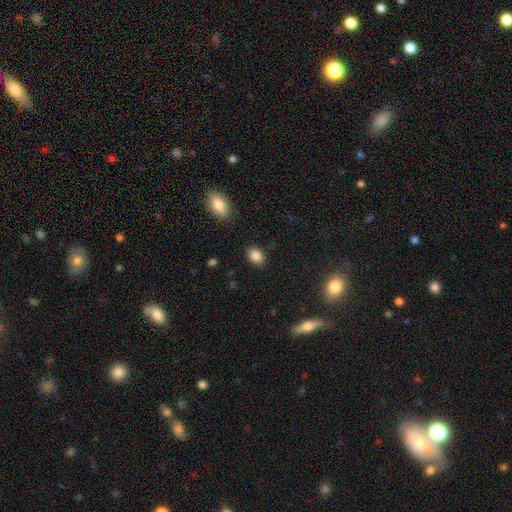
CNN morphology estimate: Q: Smooth or featured?
A: smooth (86%); runner-up: star or artifact (9%)
Q: How rounded?
A: in between (75%); runner-up: round (23%)
Q: Merging?
A: none (86%); runner-up: minor disturbance (9%)